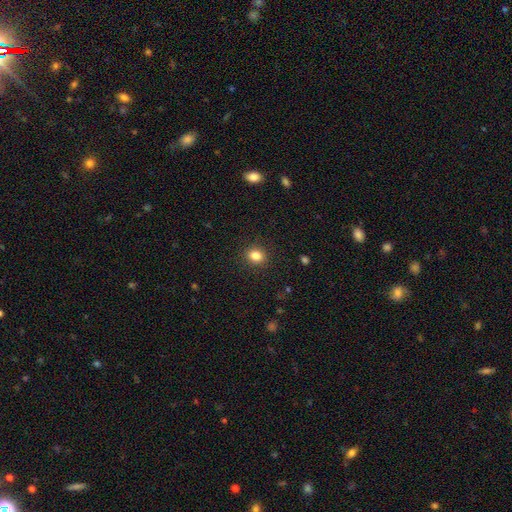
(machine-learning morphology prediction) smooth_or_featured: smooth (p=0.84) [alt: star or artifact p=0.11]
how_rounded: round (p=0.62) [alt: in between p=0.37]
merging: none (p=0.89) [alt: minor disturbance p=0.07]